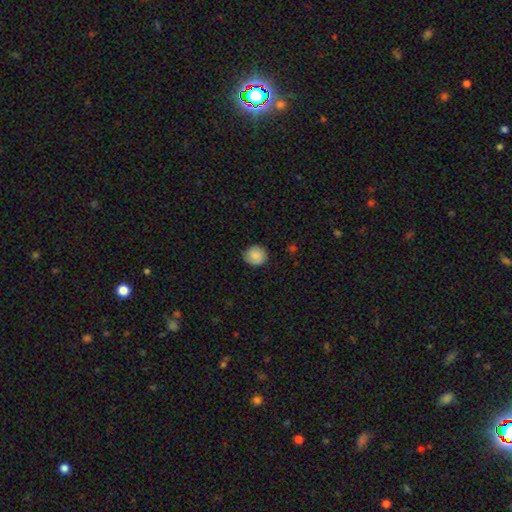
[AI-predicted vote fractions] Smooth or featured: smooth — 86% (star or artifact — 7%)
How rounded: round — 89% (in between — 10%)
Merging: none — 79% (minor disturbance — 17%)